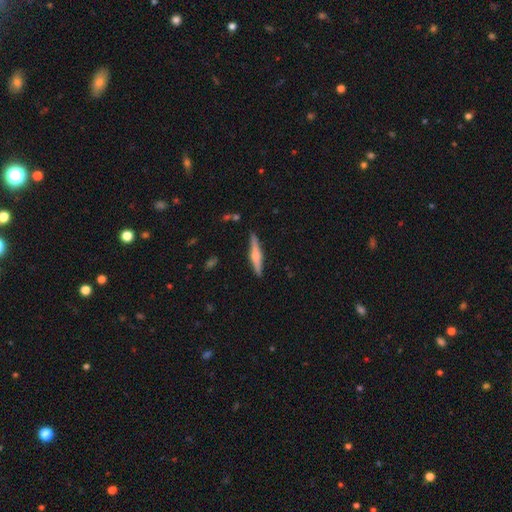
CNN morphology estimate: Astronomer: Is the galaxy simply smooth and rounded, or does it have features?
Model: featured or disk — 58% (runner-up: smooth, 36%).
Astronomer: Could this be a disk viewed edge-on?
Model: yes — 97%.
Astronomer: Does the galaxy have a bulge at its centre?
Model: rounded — 79%.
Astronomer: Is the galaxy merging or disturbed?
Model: none — 86%.